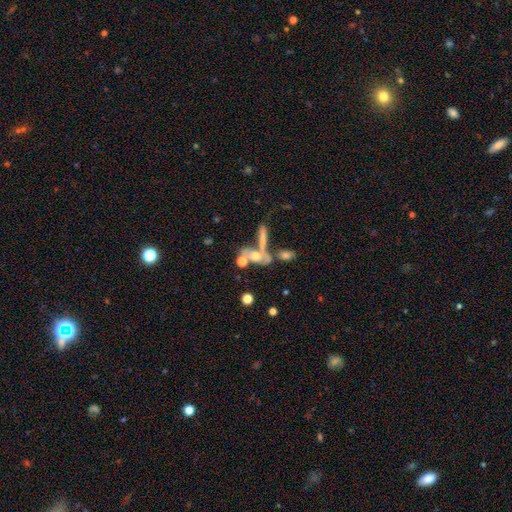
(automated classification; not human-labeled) smooth-or-featured: smooth: 50% | featured or disk: 39% | star or artifact: 11%
  merging: merger: 44% | none: 32% | minor disturbance: 13% | major disturbance: 11%